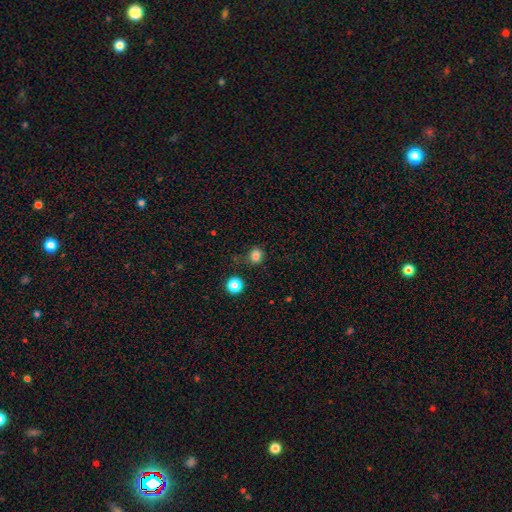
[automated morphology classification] Smooth or featured: smooth — 82% (star or artifact — 14%)
How rounded: round — 59% (in between — 40%)
Merging: none — 74% (minor disturbance — 17%)